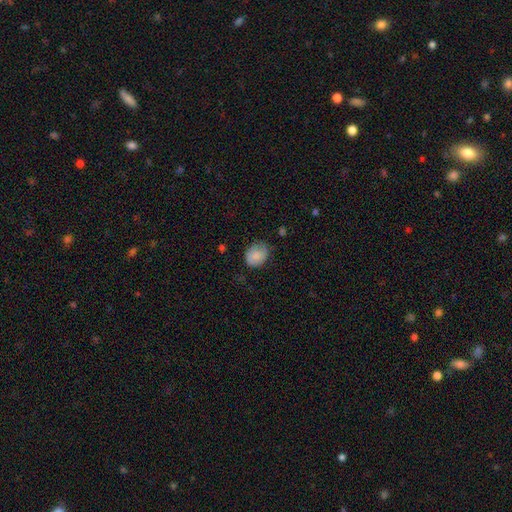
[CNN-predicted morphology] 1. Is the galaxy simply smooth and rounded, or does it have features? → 81% smooth, 11% featured or disk, 8% star or artifact.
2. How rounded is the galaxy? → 56% round, 43% in between, 1% cigar-shaped.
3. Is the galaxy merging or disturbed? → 62% none, 29% minor disturbance, 7% major disturbance, 1% merger.